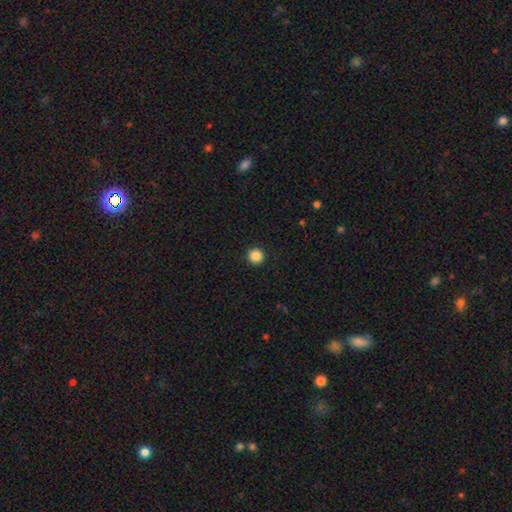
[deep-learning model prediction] Morphology: type=smooth (87%); roundness=round (96%); merging=none (93%).